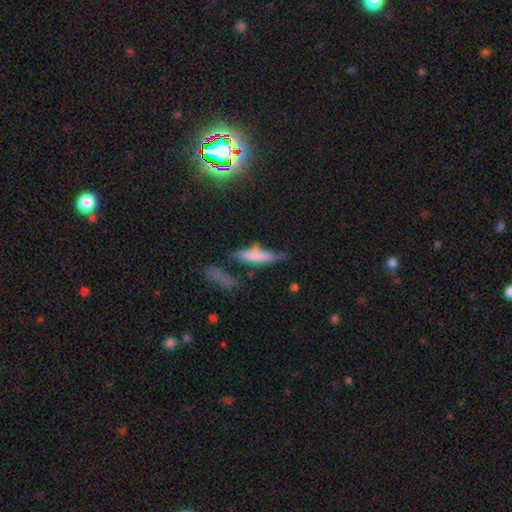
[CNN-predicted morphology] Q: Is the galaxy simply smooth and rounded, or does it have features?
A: smooth — 56%.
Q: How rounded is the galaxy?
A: cigar-shaped — 77%.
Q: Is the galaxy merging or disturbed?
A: none — 46%.